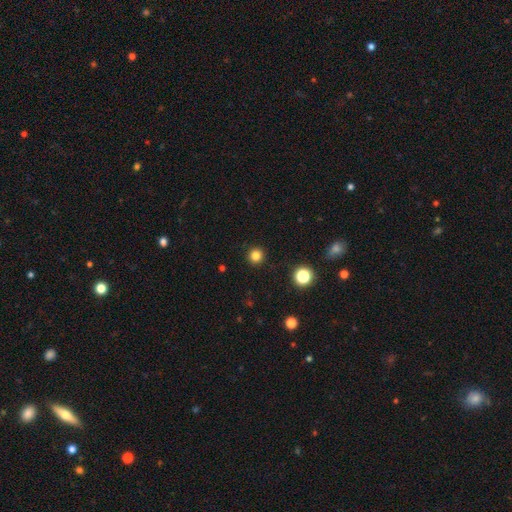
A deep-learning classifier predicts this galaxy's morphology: smooth_or_featured: smooth (p=0.82) [alt: star or artifact p=0.14]
how_rounded: round (p=0.95) [alt: in between p=0.04]
merging: none (p=0.92) [alt: minor disturbance p=0.05]